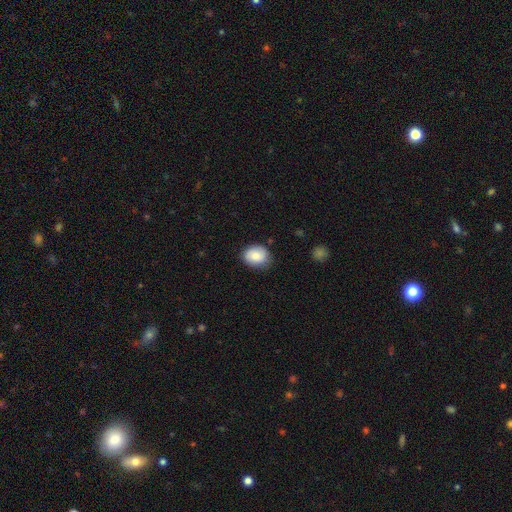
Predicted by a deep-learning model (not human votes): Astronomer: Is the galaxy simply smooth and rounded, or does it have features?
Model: smooth — 82%.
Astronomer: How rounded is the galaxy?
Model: round — 50% (runner-up: in between, 49%).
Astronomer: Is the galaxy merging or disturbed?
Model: none — 78%.